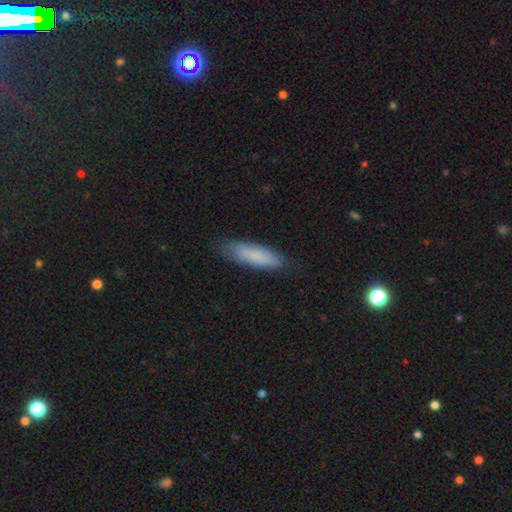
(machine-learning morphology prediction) Smooth or featured? Predicted: smooth (p=0.82). How rounded? Predicted: cigar-shaped (p=0.62). Merging? Predicted: none (p=0.80).